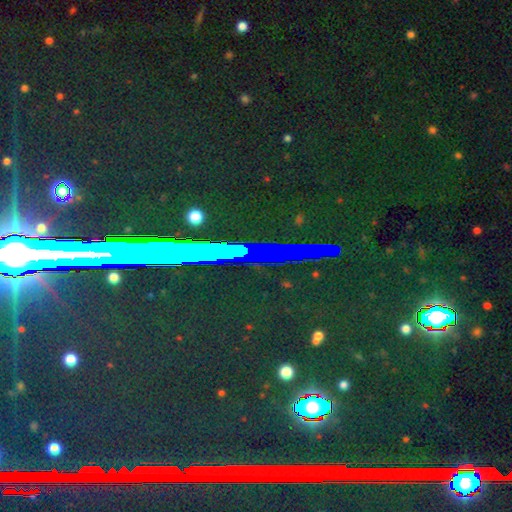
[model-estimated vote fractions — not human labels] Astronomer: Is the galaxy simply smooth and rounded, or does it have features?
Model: star or artifact — 86%.